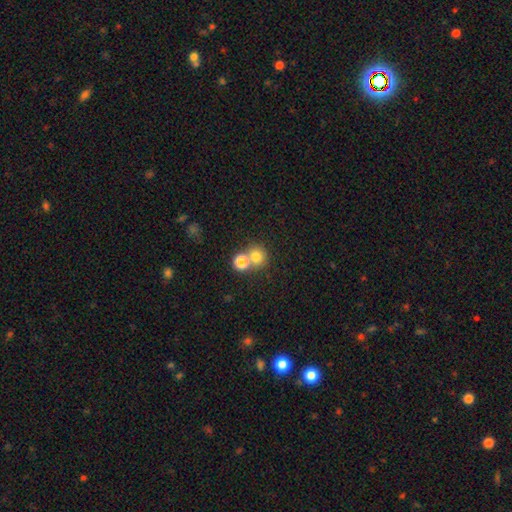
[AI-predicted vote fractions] smooth 77%, star or artifact 14%, featured or disk 10%. Down the decision tree: how rounded — round (86%); merging — none (48%).